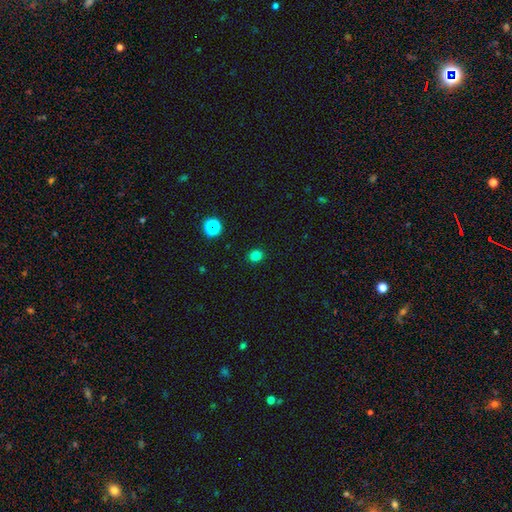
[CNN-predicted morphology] Q: Smooth or featured?
A: smooth (81%); runner-up: star or artifact (15%)
Q: How rounded?
A: round (81%); runner-up: in between (18%)
Q: Merging?
A: none (90%); runner-up: minor disturbance (6%)